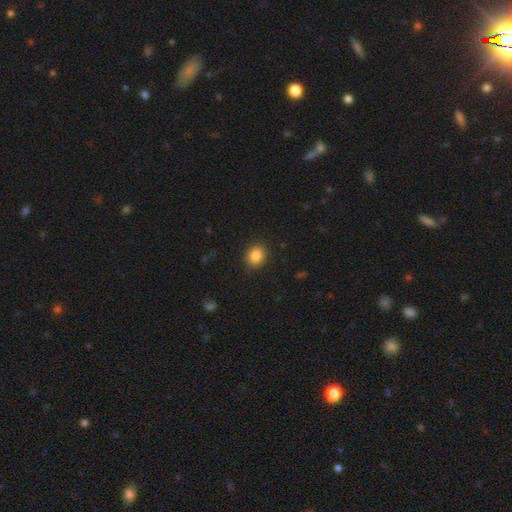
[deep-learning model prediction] Smooth or featured?
  - smooth: 86% *
  - star or artifact: 9%
  - featured or disk: 4%
How rounded?
  - round: 55% *
  - in between: 44%
  - cigar-shaped: 1%
Merging?
  - none: 89% *
  - minor disturbance: 8%
  - major disturbance: 2%
  - merger: 1%